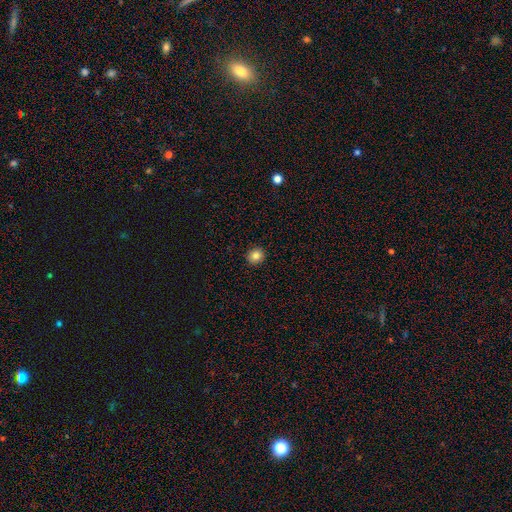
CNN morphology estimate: smooth-or-featured: smooth: 84% | star or artifact: 11% | featured or disk: 5%
  how-rounded: round: 87% | in between: 12% | cigar-shaped: 1%
  merging: none: 92% | minor disturbance: 5% | major disturbance: 2% | merger: 1%